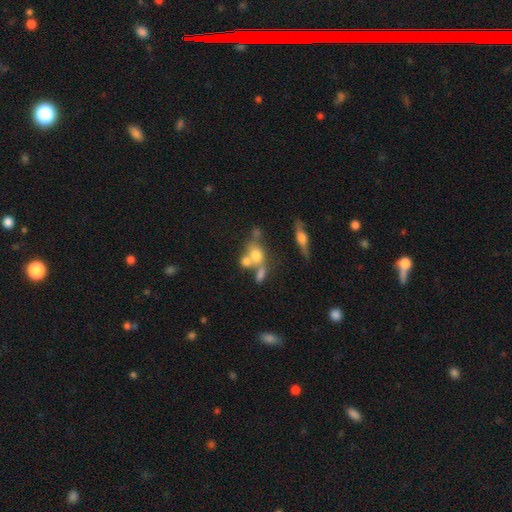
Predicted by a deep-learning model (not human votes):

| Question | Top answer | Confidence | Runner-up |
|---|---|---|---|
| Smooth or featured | smooth | 59% | featured or disk (28%) |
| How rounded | in between | 51% | round (43%) |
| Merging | merger | 46% | none (34%) |